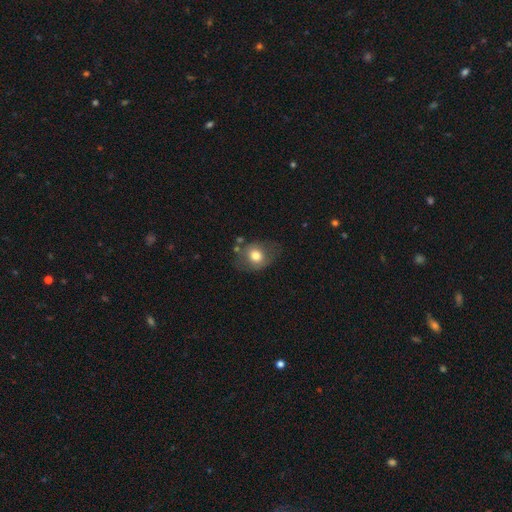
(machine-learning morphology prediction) type=smooth (70%); roundness=round (53%); merging=none (60%).